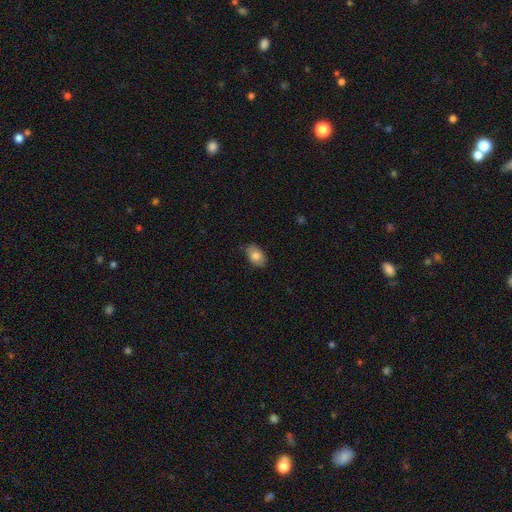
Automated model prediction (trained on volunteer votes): Overall: smooth (81%). How rounded: in between (87%). Merging: none (81%).